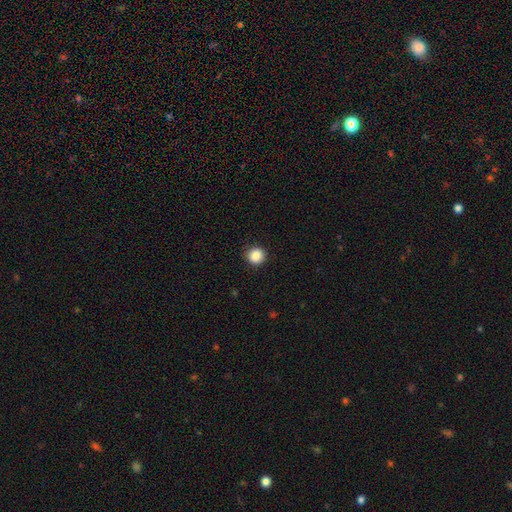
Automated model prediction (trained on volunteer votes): Morphology: type=smooth (87%); roundness=round (92%); merging=none (90%).